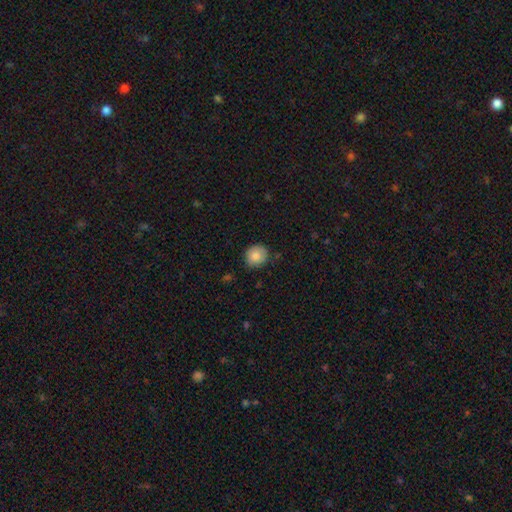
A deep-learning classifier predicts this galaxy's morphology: type=smooth (85%); roundness=round (82%); merging=none (79%).